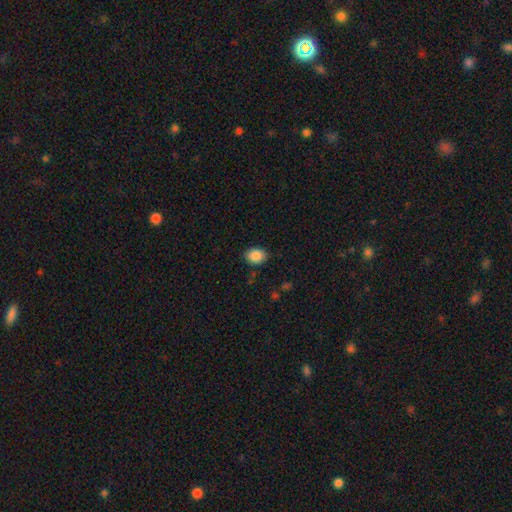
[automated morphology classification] Smooth or featured: smooth — 88% (star or artifact — 8%)
How rounded: in between — 62% (round — 37%)
Merging: none — 85% (minor disturbance — 11%)